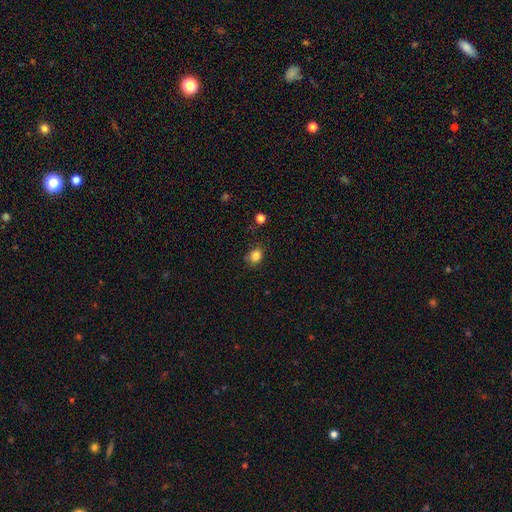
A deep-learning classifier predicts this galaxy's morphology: Q: Smooth or featured?
A: smooth (84%); runner-up: star or artifact (11%)
Q: How rounded?
A: in between (50%); runner-up: round (49%)
Q: Merging?
A: none (75%); runner-up: minor disturbance (19%)